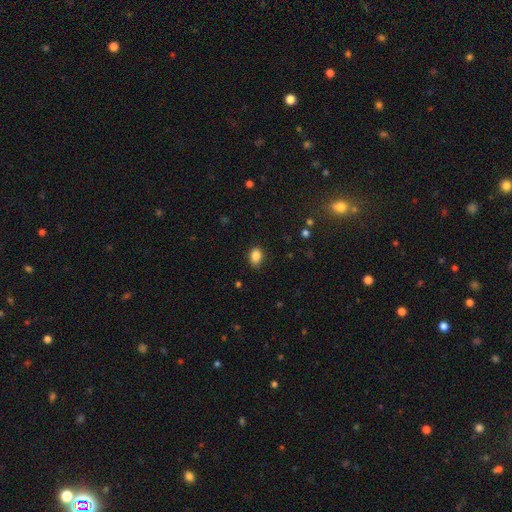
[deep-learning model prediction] Morphology: type=smooth (86%); roundness=in between (67%); merging=none (80%).